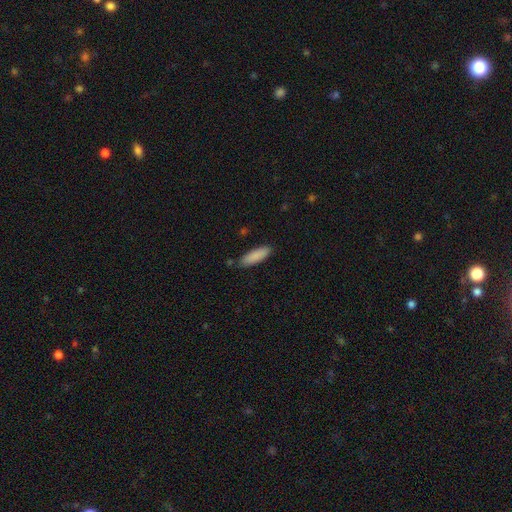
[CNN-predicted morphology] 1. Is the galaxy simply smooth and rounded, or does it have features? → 88% smooth, 7% featured or disk, 6% star or artifact.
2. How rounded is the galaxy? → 50% cigar-shaped, 48% in between, 1% round.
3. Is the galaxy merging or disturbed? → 83% none, 12% minor disturbance, 3% merger, 2% major disturbance.